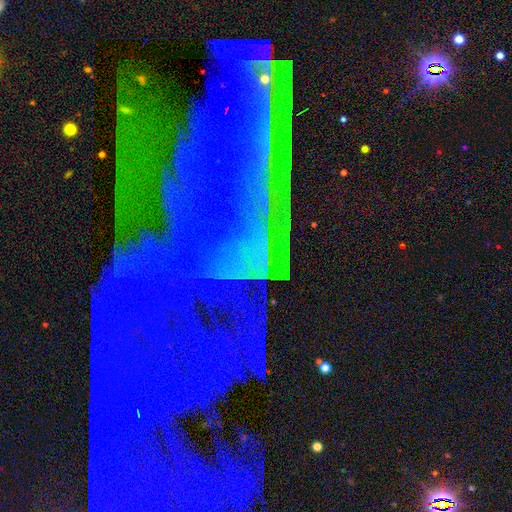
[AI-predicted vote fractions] Smooth or featured? star or artifact (79%)